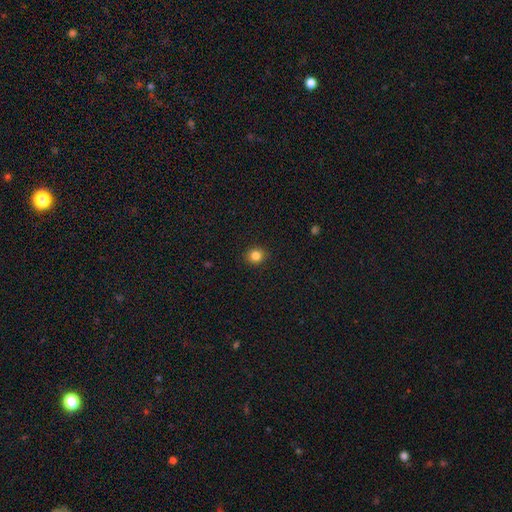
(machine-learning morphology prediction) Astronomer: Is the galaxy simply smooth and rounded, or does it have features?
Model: smooth — 84%.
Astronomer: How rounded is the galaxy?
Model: round — 86%.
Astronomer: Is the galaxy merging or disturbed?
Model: none — 92%.